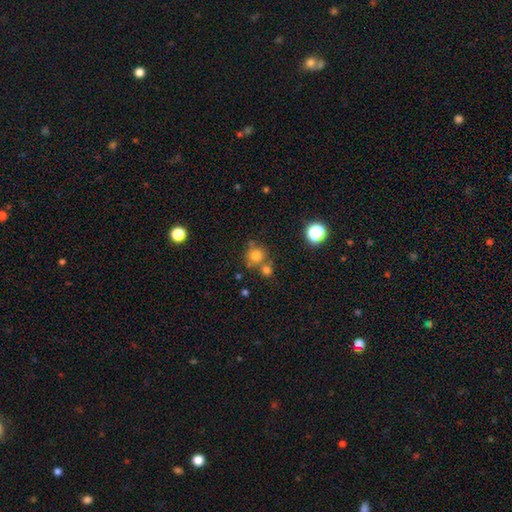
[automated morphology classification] smooth-or-featured: smooth: 75% | star or artifact: 16% | featured or disk: 9%
  how-rounded: round: 90% | in between: 9% | cigar-shaped: 1%
  merging: none: 60% | merger: 25% | minor disturbance: 10% | major disturbance: 4%